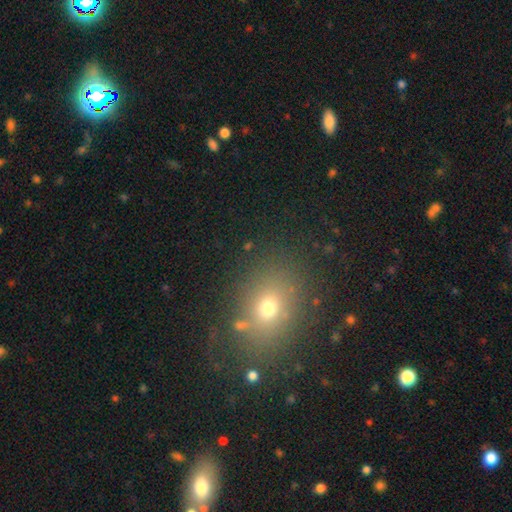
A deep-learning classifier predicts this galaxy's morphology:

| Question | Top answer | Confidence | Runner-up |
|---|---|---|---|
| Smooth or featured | smooth | 62% | star or artifact (26%) |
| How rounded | in between | 53% | round (46%) |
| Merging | none | 82% | minor disturbance (10%) |